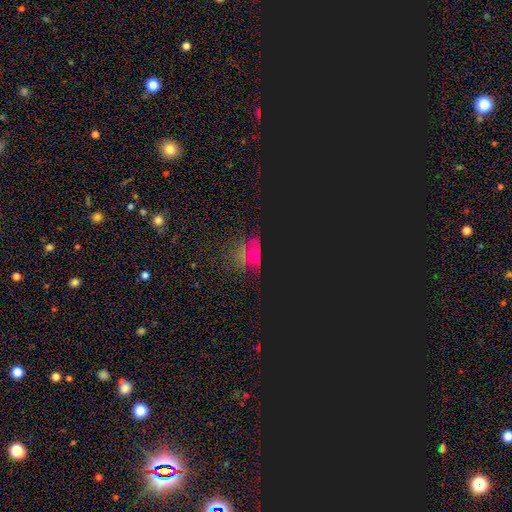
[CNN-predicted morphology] Overall: star or artifact (64%).